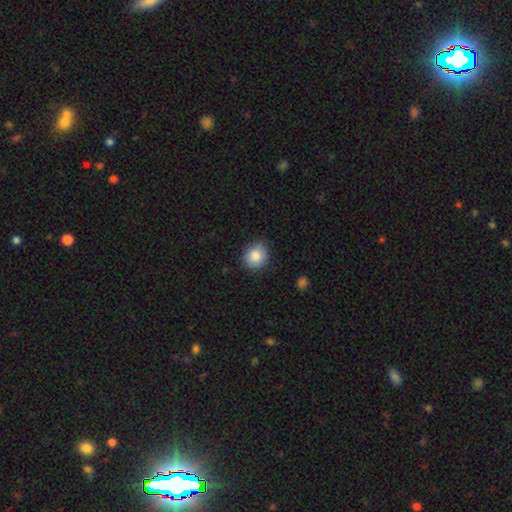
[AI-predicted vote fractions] A smooth galaxy with no disk features (84%) that is round (73%).

Vote fractions:
- Smooth or featured? smooth: 84% / star or artifact: 9% / featured or disk: 7%
- How rounded? round: 73% / in between: 26% / cigar-shaped: 1%
- Merging? none: 82% / minor disturbance: 14% / major disturbance: 2% / merger: 1%